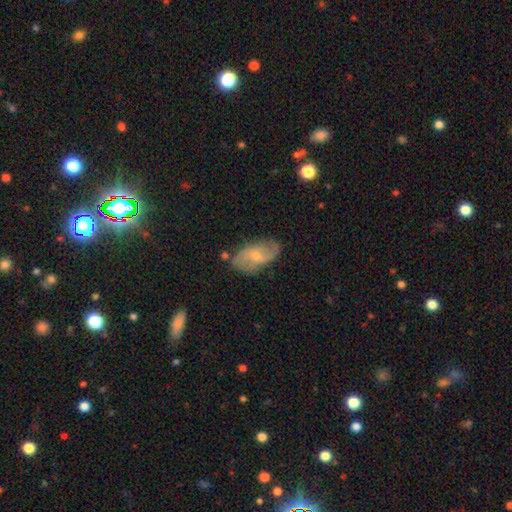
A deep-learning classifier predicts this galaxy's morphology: Smooth or featured? featured or disk (60%)
Edge-on disk? no (93%)
Bar? no (55%)
Spiral arms? yes (84%)
Bulge size? small (59%)
Merging? none (73%)